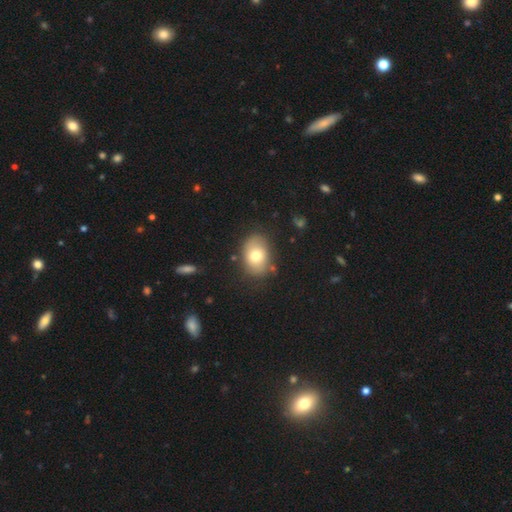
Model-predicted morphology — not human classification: Smooth or featured? Predicted: smooth (p=0.74). How rounded? Predicted: in between (p=0.79). Merging? Predicted: none (p=0.78).